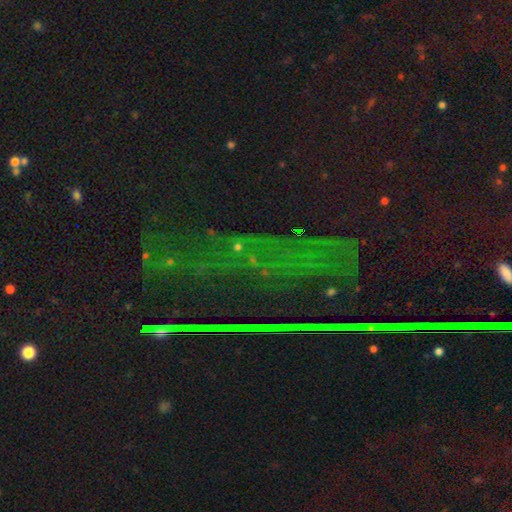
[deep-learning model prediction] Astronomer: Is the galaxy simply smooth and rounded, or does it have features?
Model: star or artifact — 84%.